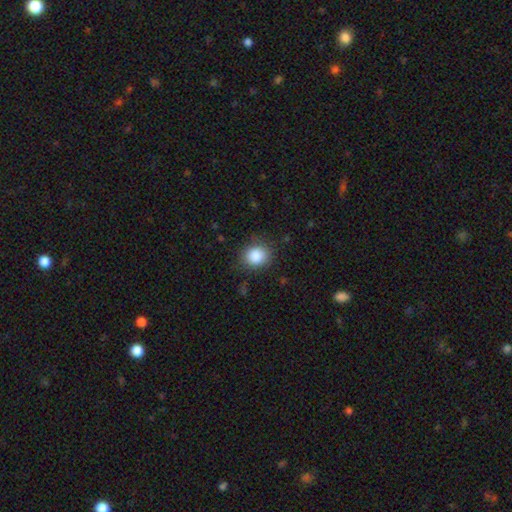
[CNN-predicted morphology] Smooth or featured? smooth (87%)
How rounded? round (77%)
Merging? none (81%)